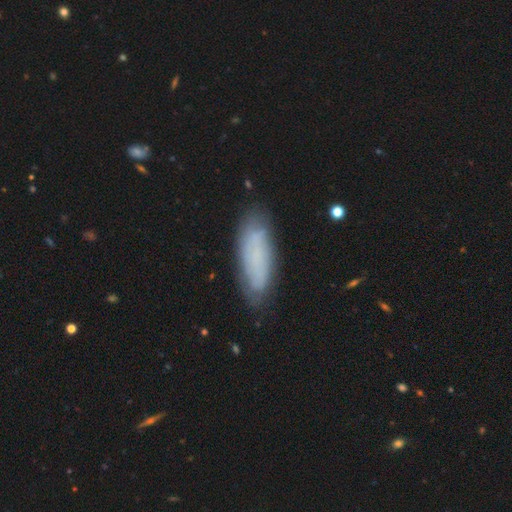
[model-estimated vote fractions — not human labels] Overall: smooth (61%; featured or disk 31%). How rounded: in between (59%; cigar-shaped 39%). Merging: none (78%).